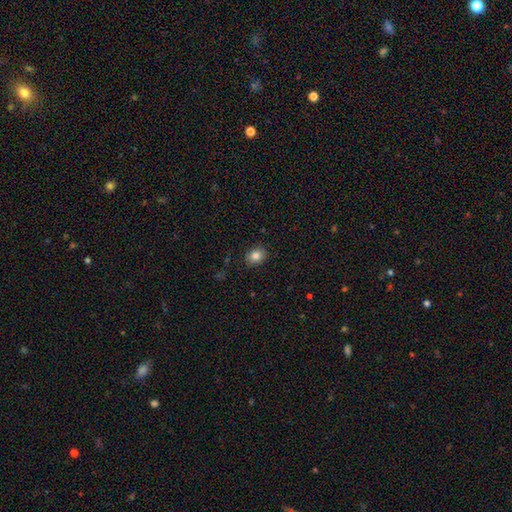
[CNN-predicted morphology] A smooth galaxy with no disk features (83%) that is in between round and cigar-shaped (51%).

Vote fractions:
- Smooth or featured? smooth: 83% / star or artifact: 10% / featured or disk: 7%
- How rounded? in between: 51% / round: 49% / cigar-shaped: 1%
- Merging? none: 87% / minor disturbance: 9% / major disturbance: 2% / merger: 1%